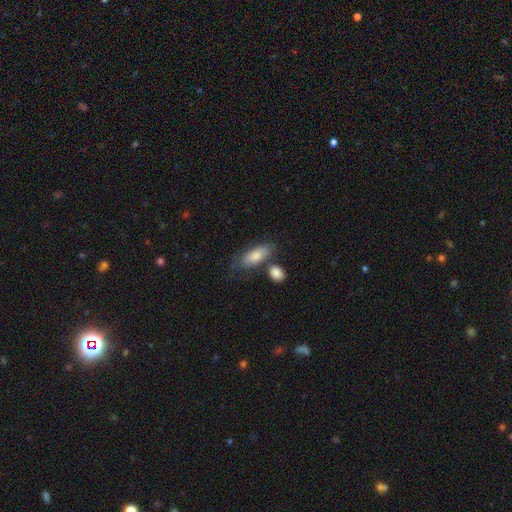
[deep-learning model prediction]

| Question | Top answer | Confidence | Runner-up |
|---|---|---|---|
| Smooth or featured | smooth | 68% | featured or disk (21%) |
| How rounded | in between | 78% | cigar-shaped (17%) |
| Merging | none | 60% | minor disturbance (19%) |